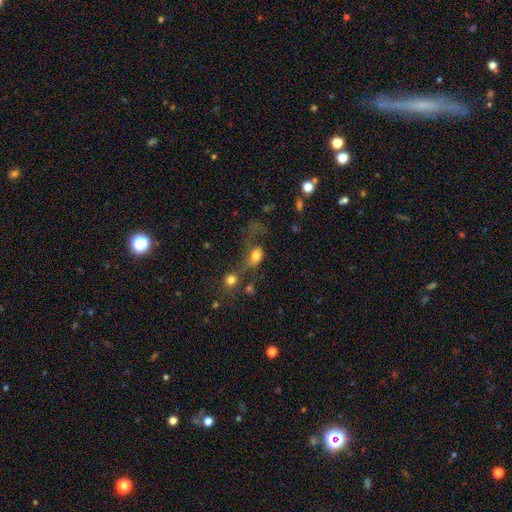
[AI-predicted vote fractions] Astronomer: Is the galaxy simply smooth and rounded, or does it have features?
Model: smooth — 74%.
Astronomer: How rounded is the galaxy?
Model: in between — 62%.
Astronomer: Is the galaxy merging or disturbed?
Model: major disturbance — 34% (runner-up: merger, 28%).